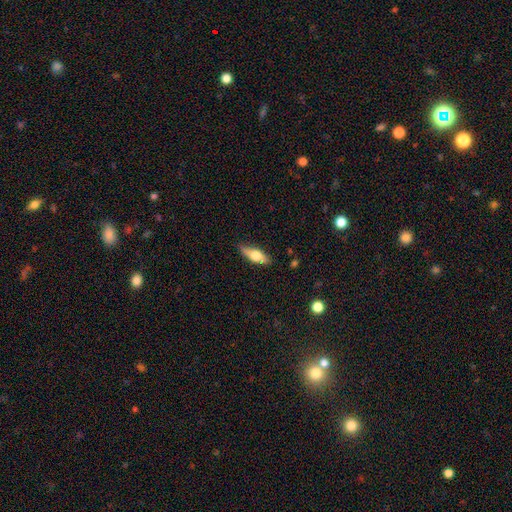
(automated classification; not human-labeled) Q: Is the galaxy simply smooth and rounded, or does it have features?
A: smooth — 51%.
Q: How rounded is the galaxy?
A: in between — 57%.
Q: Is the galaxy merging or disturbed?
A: none — 78%.